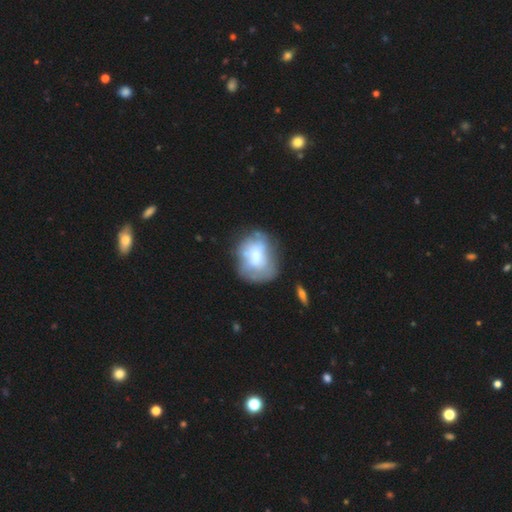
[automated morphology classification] This is possibly a smooth galaxy (55%). How rounded: possibly round (53%). Merging: possibly none (49%).